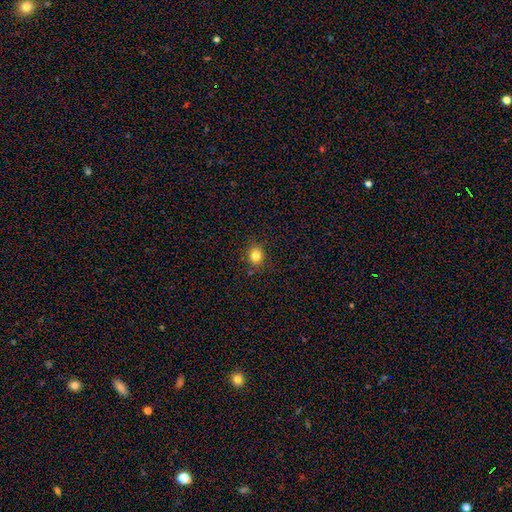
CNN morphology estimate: The model was most divided on "how rounded": round: 76%, in between: 23%, cigar-shaped: 1%. More confident: merging — none (86%); smooth or featured — smooth (81%).